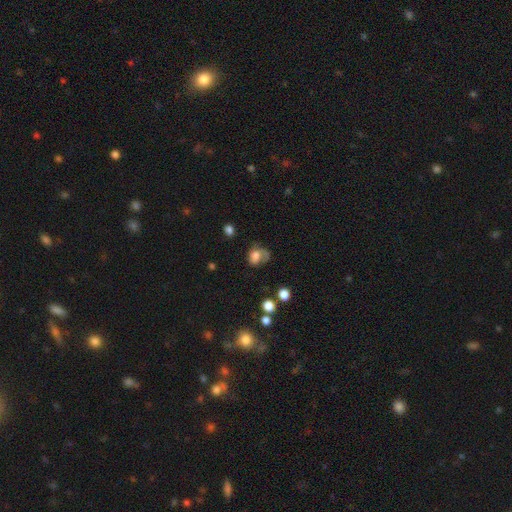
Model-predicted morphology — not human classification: smooth_or_featured: smooth (p=0.63) [alt: featured or disk p=0.25]
how_rounded: in between (p=0.52) [alt: round p=0.47]
merging: major disturbance (p=0.34) [tied with: none p=0.34]